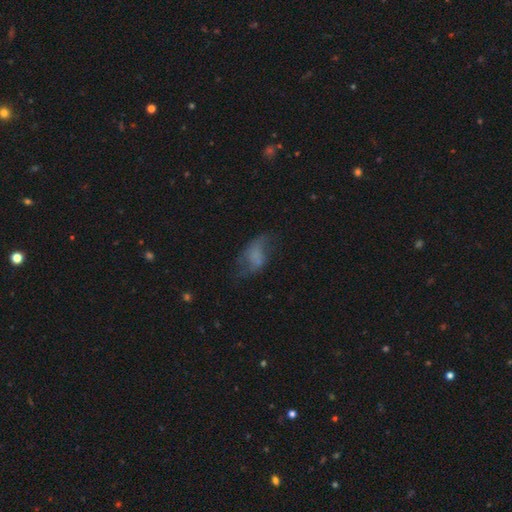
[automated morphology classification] smooth 44%, featured or disk 43%, star or artifact 13%. Down the decision tree: merging — none (41%).